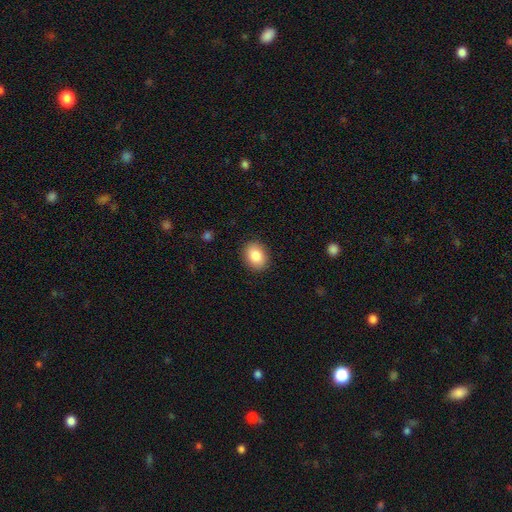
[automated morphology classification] A smooth galaxy with no disk features (86%) that is in between round and cigar-shaped (62%).

Vote fractions:
- Smooth or featured? smooth: 86% / star or artifact: 8% / featured or disk: 7%
- How rounded? in between: 62% / round: 37% / cigar-shaped: 1%
- Merging? none: 89% / minor disturbance: 8% / major disturbance: 2% / merger: 1%